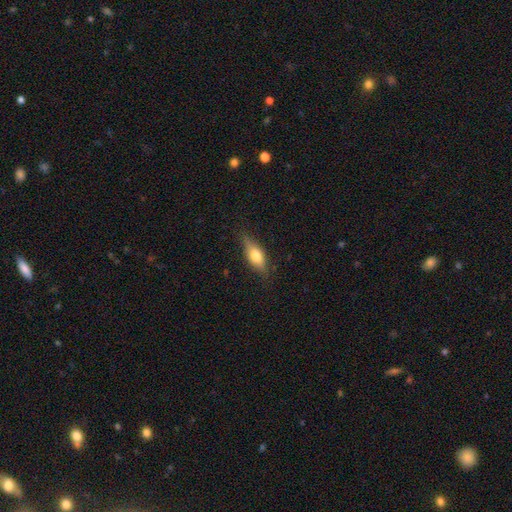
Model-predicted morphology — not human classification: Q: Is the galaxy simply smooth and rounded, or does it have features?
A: smooth — 66%.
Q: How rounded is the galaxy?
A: in between — 71%.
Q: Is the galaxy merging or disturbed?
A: none — 77%.